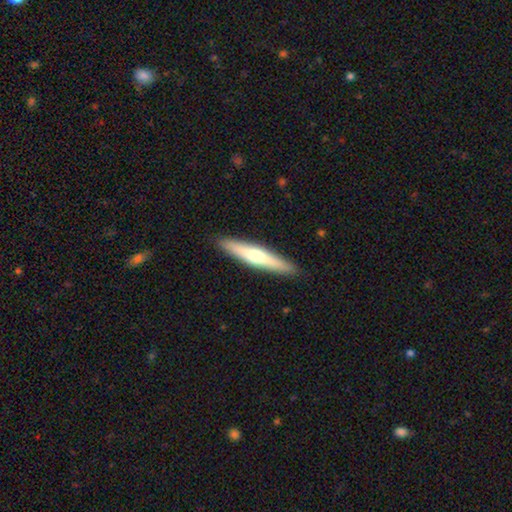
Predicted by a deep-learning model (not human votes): smooth_or_featured: smooth (p=0.48) [alt: featured or disk p=0.47]
merging: none (p=0.91) [alt: minor disturbance p=0.06]